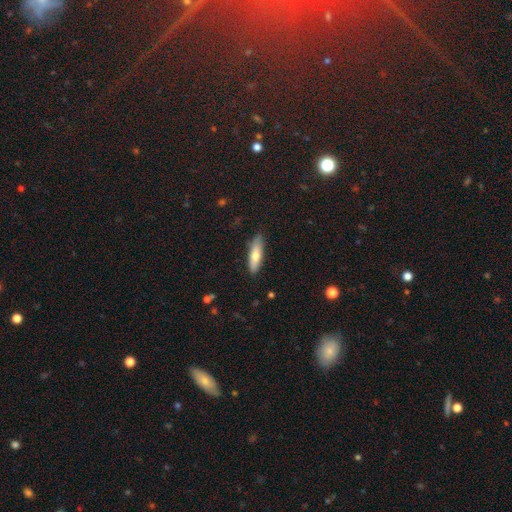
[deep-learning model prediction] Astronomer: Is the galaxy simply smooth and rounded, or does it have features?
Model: smooth — 72%.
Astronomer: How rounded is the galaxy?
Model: cigar-shaped — 59% (runner-up: in between, 39%).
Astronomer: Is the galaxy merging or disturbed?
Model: none — 85%.